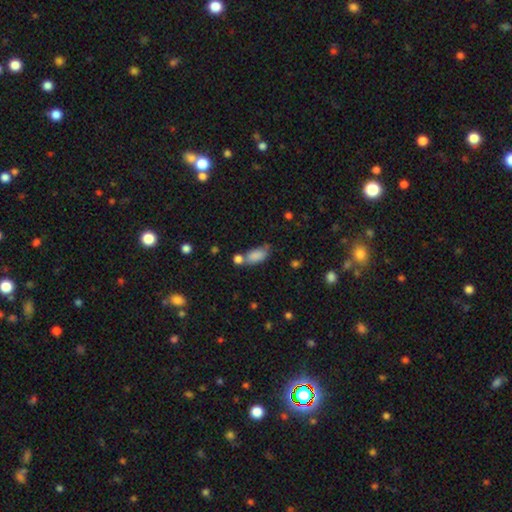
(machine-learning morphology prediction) A smooth galaxy with no disk features (83%) that is in between round and cigar-shaped (87%).

Vote fractions:
- Smooth or featured? smooth: 83% / star or artifact: 9% / featured or disk: 8%
- How rounded? in between: 87% / cigar-shaped: 8% / round: 5%
- Merging? none: 45% / merger: 28% / minor disturbance: 19% / major disturbance: 7%